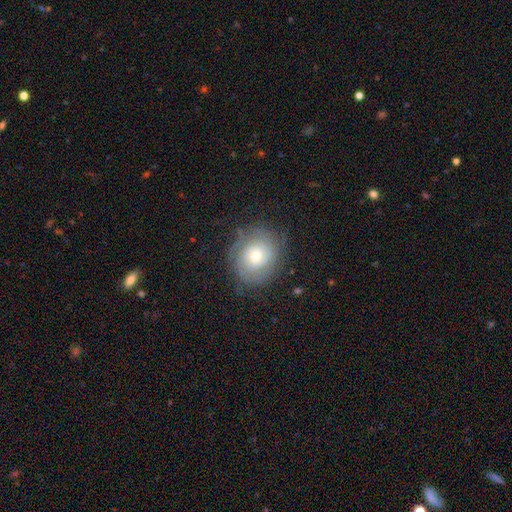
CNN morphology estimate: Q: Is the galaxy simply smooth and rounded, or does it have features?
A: featured or disk — 76%.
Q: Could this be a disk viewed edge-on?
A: no — 97%.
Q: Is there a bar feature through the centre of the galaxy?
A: no — 79%.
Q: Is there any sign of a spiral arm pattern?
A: yes — 93%.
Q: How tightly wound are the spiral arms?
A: tight — 78%.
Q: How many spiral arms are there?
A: can't tell — 36%.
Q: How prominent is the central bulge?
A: moderate — 51%.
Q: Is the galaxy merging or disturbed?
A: none — 79%.